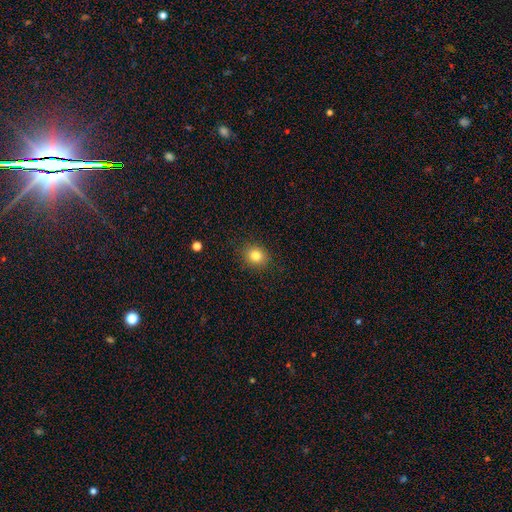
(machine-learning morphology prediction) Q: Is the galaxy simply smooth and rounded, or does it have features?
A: smooth — 82%.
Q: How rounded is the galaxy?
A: round — 75%.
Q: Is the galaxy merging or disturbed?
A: none — 89%.